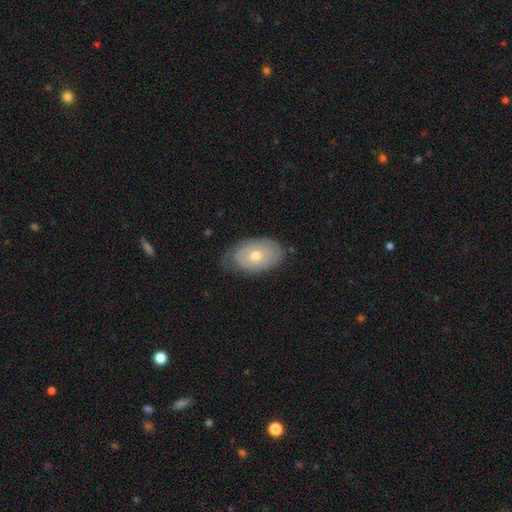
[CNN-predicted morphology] smooth_or_featured: smooth (p=0.53) [alt: featured or disk p=0.40]
how_rounded: in between (p=0.87) [alt: round p=0.12]
merging: none (p=0.67) [alt: minor disturbance p=0.26]